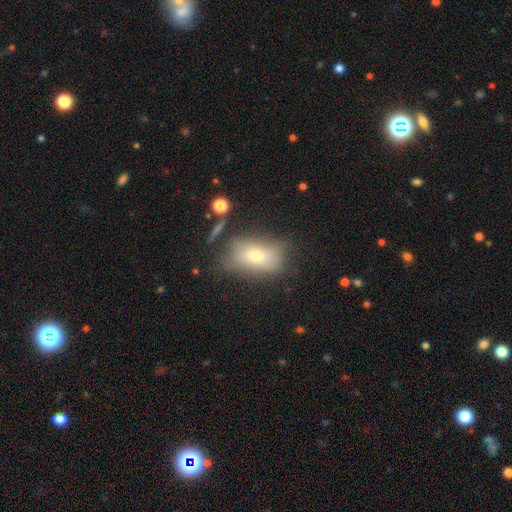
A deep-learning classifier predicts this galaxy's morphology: smooth 63%, featured or disk 25%, star or artifact 12%. Down the decision tree: how rounded — in between (84%); merging — none (60%).